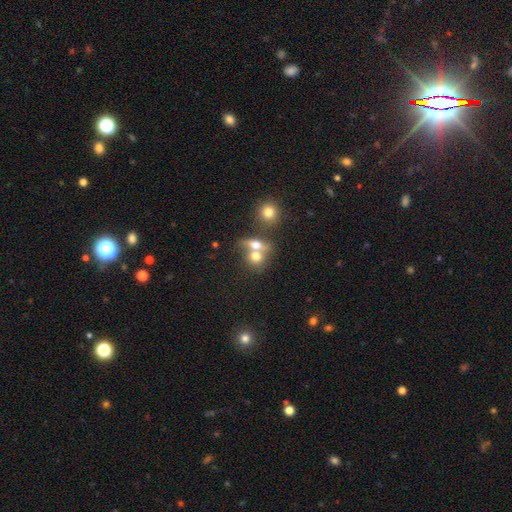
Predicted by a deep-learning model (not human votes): Morphology: type=smooth (69%); roundness=round (58%); merging=merger (62%).